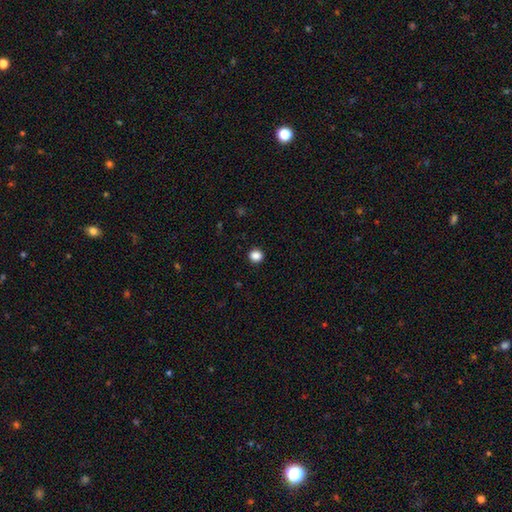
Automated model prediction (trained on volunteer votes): This is clearly a smooth galaxy (87%). How rounded: clearly round (86%). Merging: clearly none (92%).